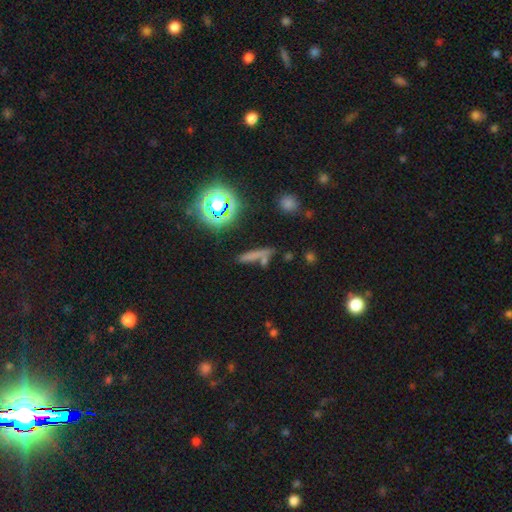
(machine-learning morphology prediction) Smooth or featured?
  - smooth: 58% *
  - star or artifact: 25%
  - featured or disk: 18%
How rounded?
  - cigar-shaped: 79% *
  - in between: 13%
  - round: 9%
Merging?
  - none: 68% *
  - minor disturbance: 14%
  - merger: 12%
  - major disturbance: 5%